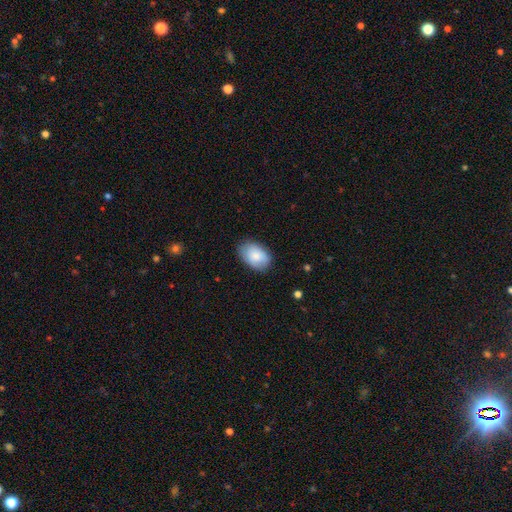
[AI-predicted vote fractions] smooth_or_featured: smooth (p=0.83) [alt: featured or disk p=0.11]
how_rounded: in between (p=0.89) [alt: round p=0.10]
merging: none (p=0.78) [alt: minor disturbance p=0.18]